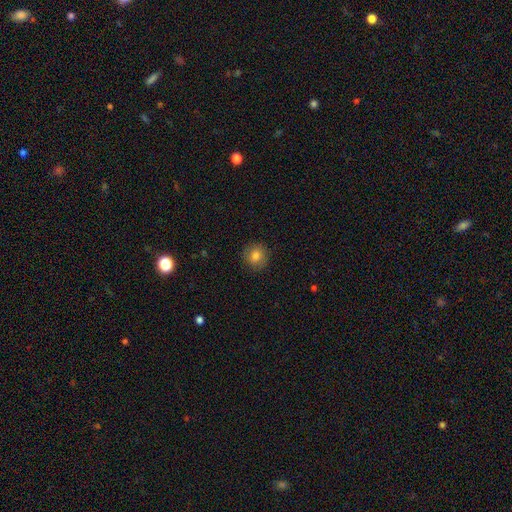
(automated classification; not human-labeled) Overall: smooth (79%). How rounded: round (89%). Merging: none (87%).